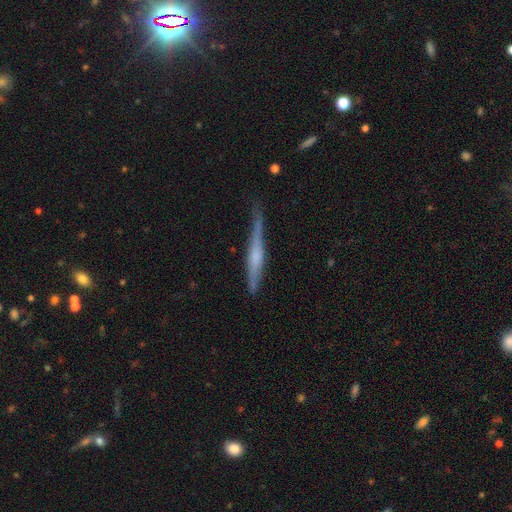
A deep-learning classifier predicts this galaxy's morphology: featured or disk 63%, smooth 30%, star or artifact 6%. Down the decision tree: edge-on disk — yes (97%); edge-on bulge — rounded (56%); merging — none (72%).